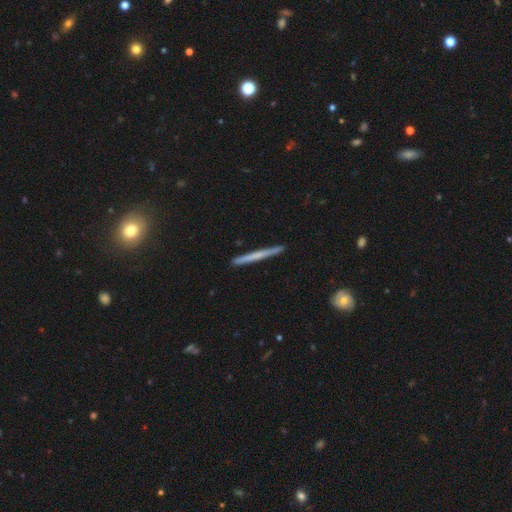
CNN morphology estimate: featured or disk 47% (tied), smooth 47% (tied), star or artifact 6%. Down the decision tree: merging — none (91%).